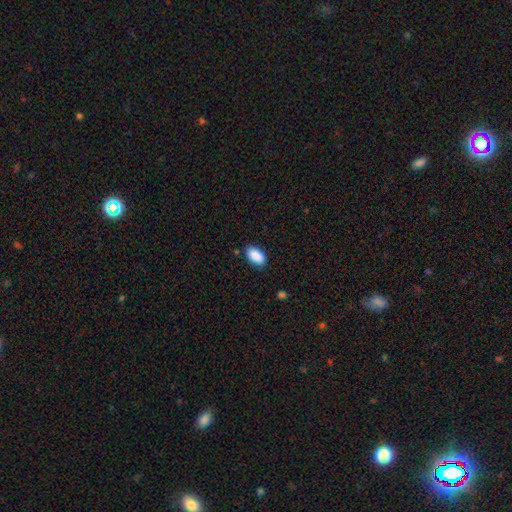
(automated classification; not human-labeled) Smooth or featured: smooth — 89% (star or artifact — 7%)
How rounded: in between — 93% (round — 4%)
Merging: none — 83% (minor disturbance — 13%)